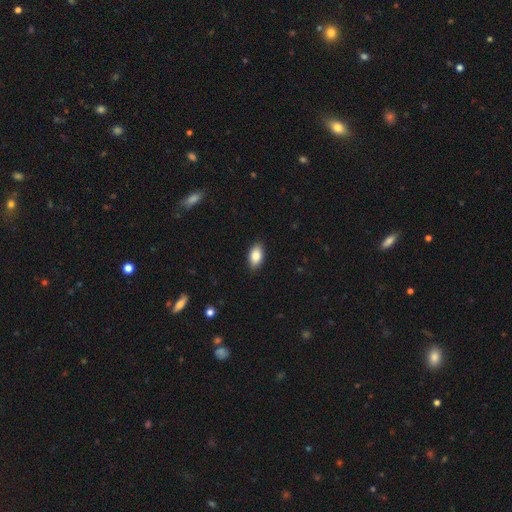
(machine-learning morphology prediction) A smooth galaxy with no disk features (84%) that is in between round and cigar-shaped (92%). Merging: none (88%).